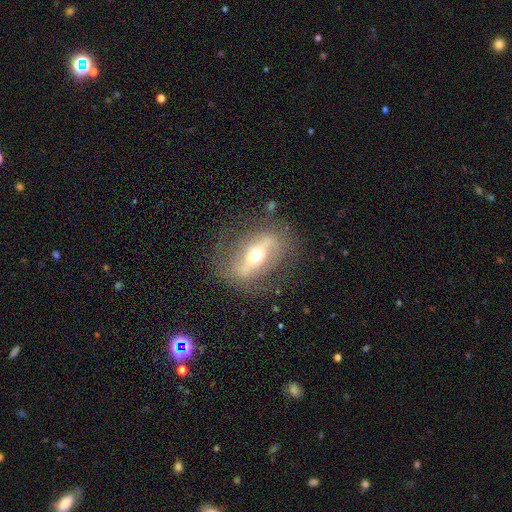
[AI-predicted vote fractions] Morphology: type=featured or disk (72%); edge-on=no (78%); bar=strong (66%); spiral arms=no (60%); bulge=moderate (67%); merging=none (75%).